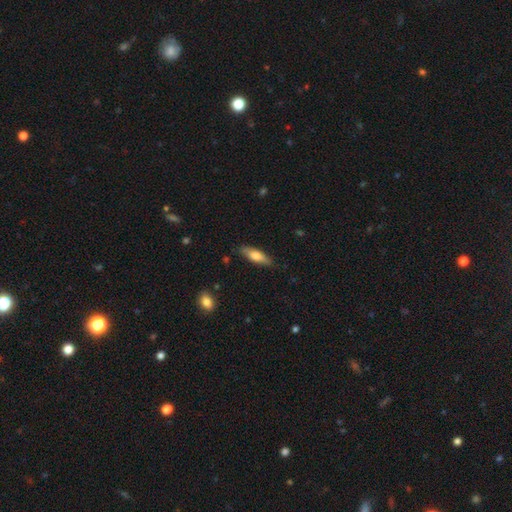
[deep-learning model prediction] Q: Smooth or featured?
A: smooth (65%); runner-up: featured or disk (29%)
Q: How rounded?
A: cigar-shaped (55%); runner-up: in between (43%)
Q: Merging?
A: none (86%); runner-up: minor disturbance (11%)